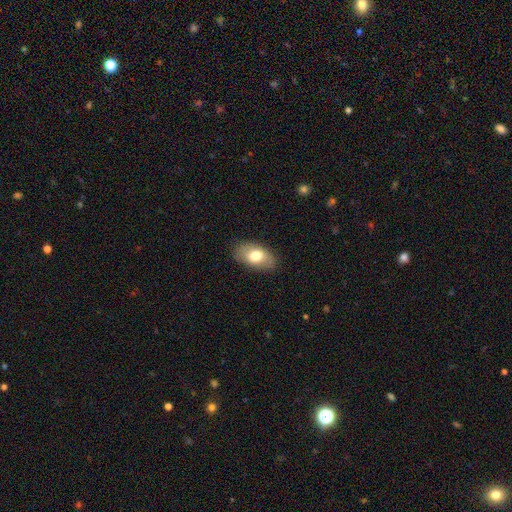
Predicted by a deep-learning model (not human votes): Overall: smooth (73%). How rounded: in between (92%). Merging: none (82%).